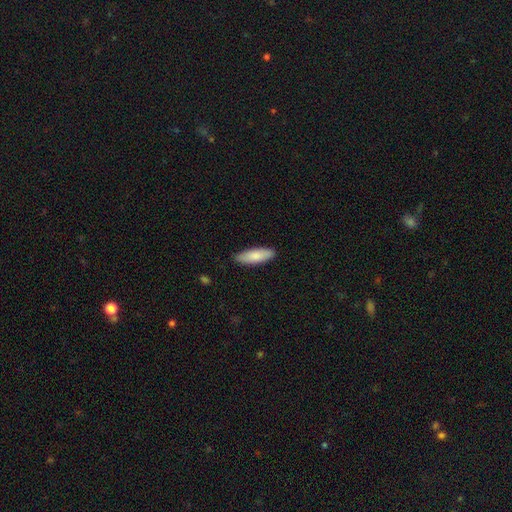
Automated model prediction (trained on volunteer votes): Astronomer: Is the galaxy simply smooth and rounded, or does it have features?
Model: smooth — 82%.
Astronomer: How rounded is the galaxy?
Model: in between — 54% (runner-up: cigar-shaped, 45%).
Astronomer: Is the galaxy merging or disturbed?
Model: none — 88%.